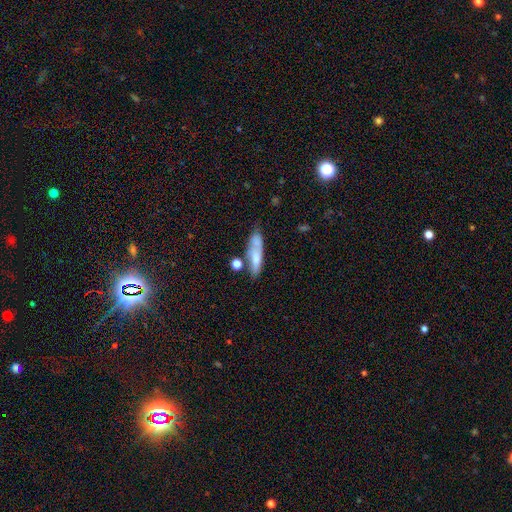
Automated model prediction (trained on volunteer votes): Overall: smooth (64%; featured or disk 28%). How rounded: cigar-shaped (59%; in between 37%). Merging: none (49%; minor disturbance 23%).